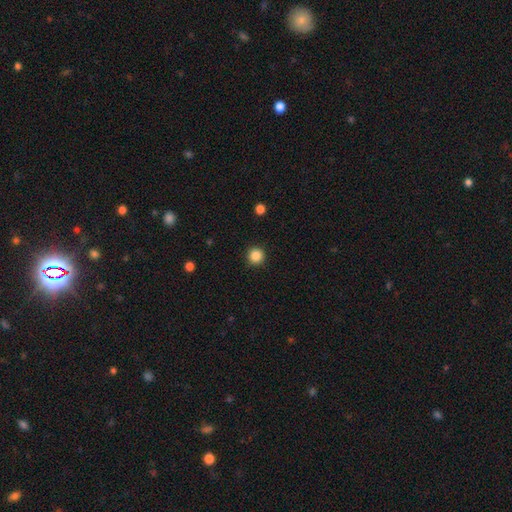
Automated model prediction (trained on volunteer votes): Overall: smooth (87%). How rounded: round (95%). Merging: none (92%).